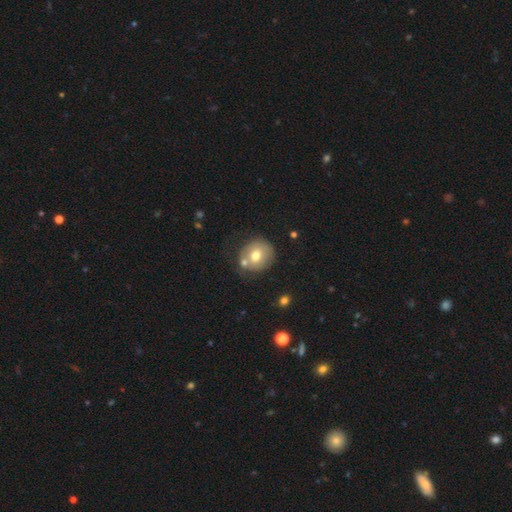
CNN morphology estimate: A smooth galaxy with no disk features (65%) that is round (84%).

Vote fractions:
- Smooth or featured? smooth: 65% / featured or disk: 26% / star or artifact: 9%
- How rounded? round: 84% / in between: 15% / cigar-shaped: 1%
- Merging? none: 60% / merger: 19% / minor disturbance: 16% / major disturbance: 6%